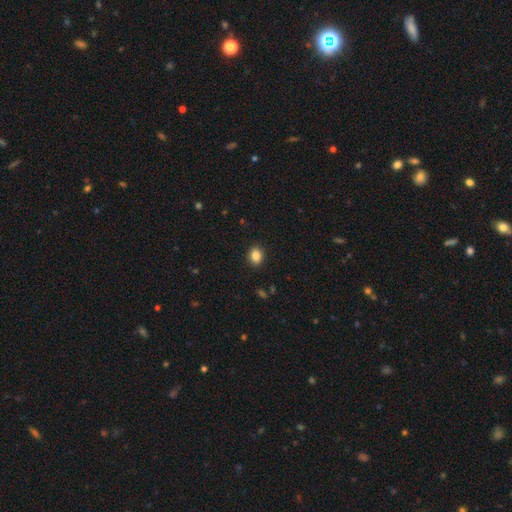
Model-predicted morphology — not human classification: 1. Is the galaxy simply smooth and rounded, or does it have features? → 86% smooth, 9% star or artifact, 4% featured or disk.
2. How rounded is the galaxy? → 56% in between, 43% round, 1% cigar-shaped.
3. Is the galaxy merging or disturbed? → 90% none, 7% minor disturbance, 2% major disturbance, 1% merger.